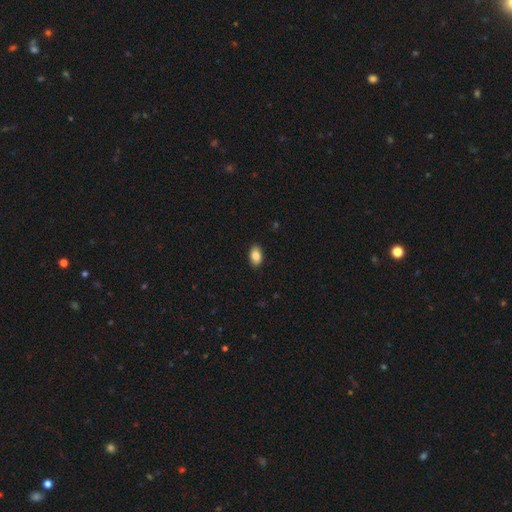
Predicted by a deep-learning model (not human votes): Q: Smooth or featured?
A: smooth (86%); runner-up: star or artifact (7%)
Q: How rounded?
A: in between (91%); runner-up: round (7%)
Q: Merging?
A: none (89%); runner-up: minor disturbance (8%)